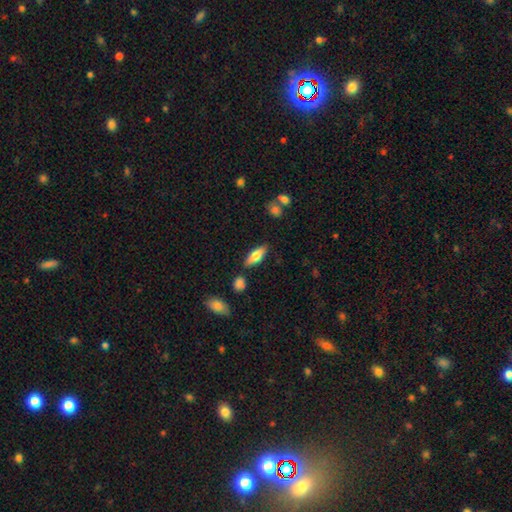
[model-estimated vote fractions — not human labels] A smooth galaxy with no disk features (62%) that is in between round and cigar-shaped (62%).

Vote fractions:
- Smooth or featured? smooth: 62% / featured or disk: 31% / star or artifact: 7%
- How rounded? in between: 62% / cigar-shaped: 35% / round: 2%
- Merging? none: 83% / minor disturbance: 11% / merger: 3% / major disturbance: 3%